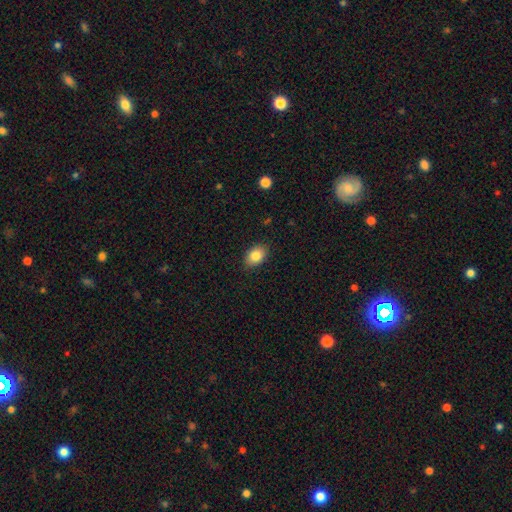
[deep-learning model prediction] smooth_or_featured: smooth (p=0.84) [alt: star or artifact p=0.08]
how_rounded: in between (p=0.82) [alt: round p=0.17]
merging: none (p=0.86) [alt: minor disturbance p=0.11]